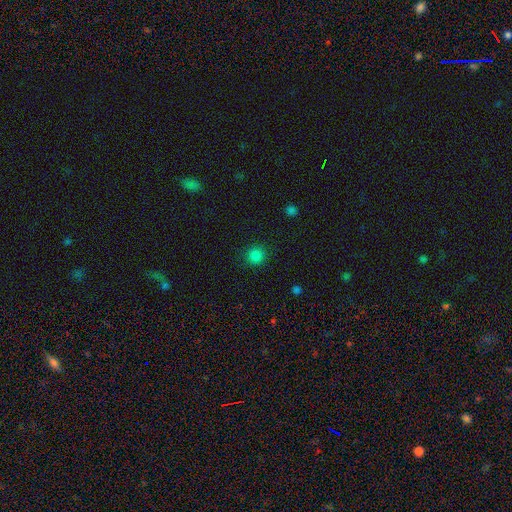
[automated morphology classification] Smooth or featured?
  - smooth: 84% *
  - star or artifact: 14%
  - featured or disk: 3%
How rounded?
  - round: 93% *
  - in between: 6%
  - cigar-shaped: 1%
Merging?
  - none: 89% *
  - minor disturbance: 7%
  - major disturbance: 3%
  - merger: 1%